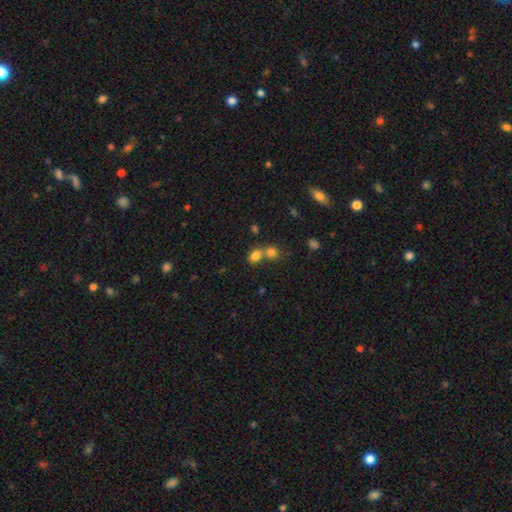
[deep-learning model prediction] This appears to be a smooth galaxy with no disk features (80%) that is in between round and cigar-shaped (58%). Merging: merger (47%).